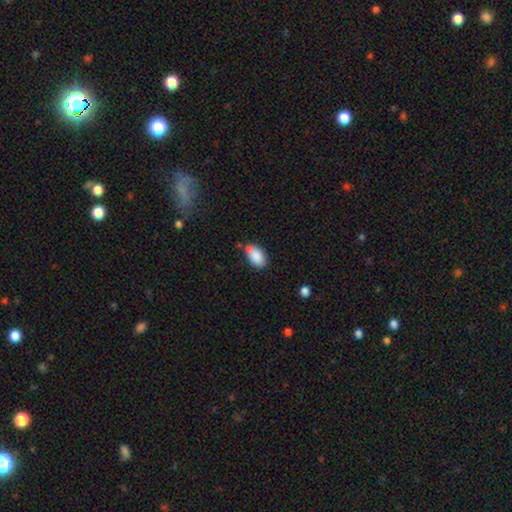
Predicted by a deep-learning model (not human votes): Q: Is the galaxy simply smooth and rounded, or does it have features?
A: smooth — 87%.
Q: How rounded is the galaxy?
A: in between — 92%.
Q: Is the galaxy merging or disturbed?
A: none — 59%.